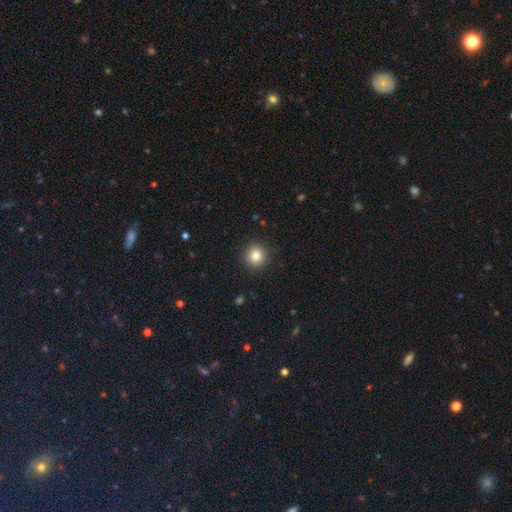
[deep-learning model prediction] Morphology: type=smooth (82%); roundness=round (92%); merging=none (91%).